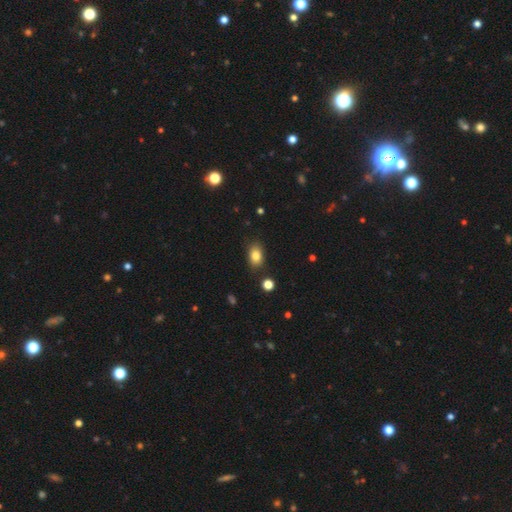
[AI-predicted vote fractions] Smooth or featured? Predicted: smooth (p=0.82). How rounded? Predicted: in between (p=0.78). Merging? Predicted: none (p=0.82).